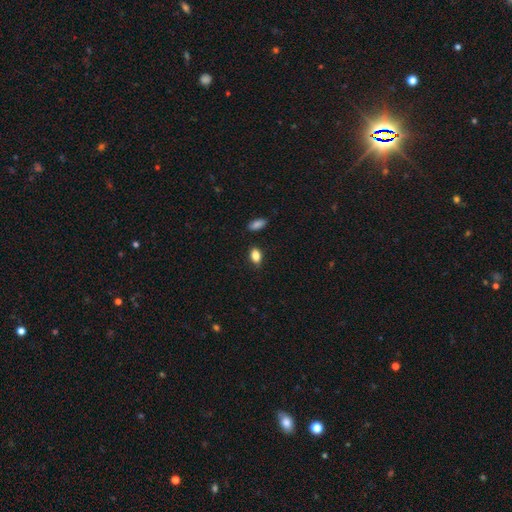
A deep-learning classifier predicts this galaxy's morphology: Smooth or featured? smooth (85%)
How rounded? in between (85%)
Merging? none (83%)